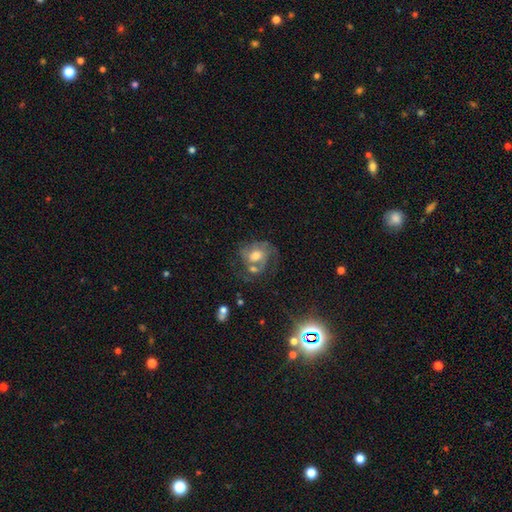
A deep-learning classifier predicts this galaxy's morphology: This appears to be a featured or disk galaxy (68%) with no bar (65%), 2 (44%) medium (45%) spiral arms (83%) and a moderate central bulge (60%). Merging: none (39%).